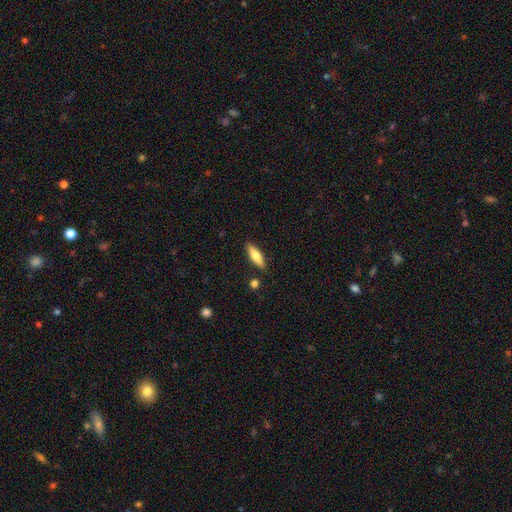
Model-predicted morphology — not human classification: A smooth galaxy with no disk features (70%) that is cigar-shaped (54%).

Vote fractions:
- Smooth or featured? smooth: 70% / featured or disk: 24% / star or artifact: 6%
- How rounded? cigar-shaped: 54% / in between: 44% / round: 2%
- Merging? none: 84% / minor disturbance: 11% / merger: 3% / major disturbance: 2%